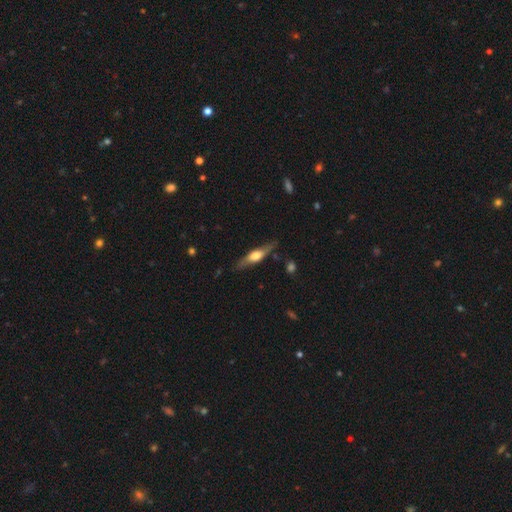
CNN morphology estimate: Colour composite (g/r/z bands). It shows a featured or disk galaxy (56%) viewed edge-on (88%). Merging: none (78%).